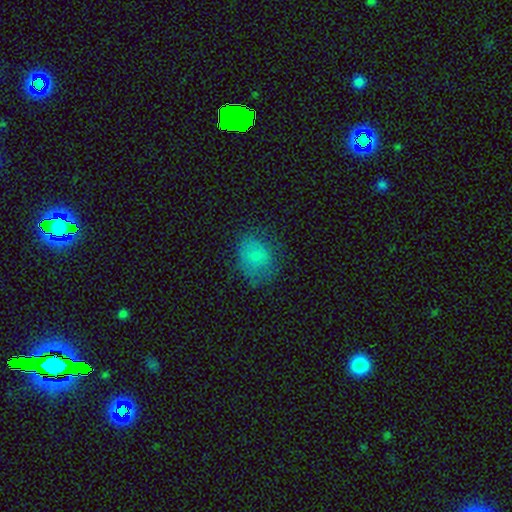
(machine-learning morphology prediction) A smooth galaxy with no disk features (77%) that is in between round and cigar-shaped (50%). Merging: none (64%).